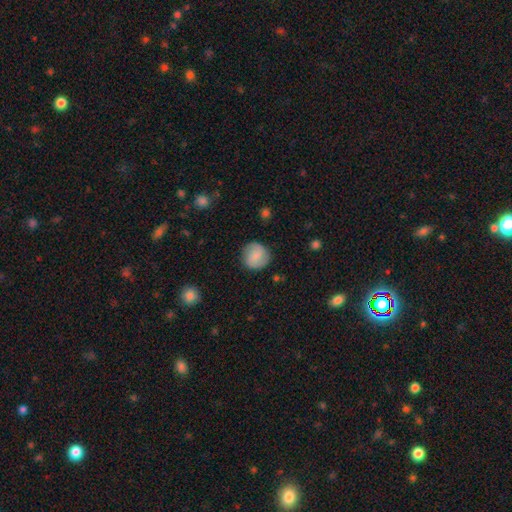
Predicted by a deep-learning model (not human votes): Morphology: type=smooth (59%); roundness=round (89%); merging=none (83%).